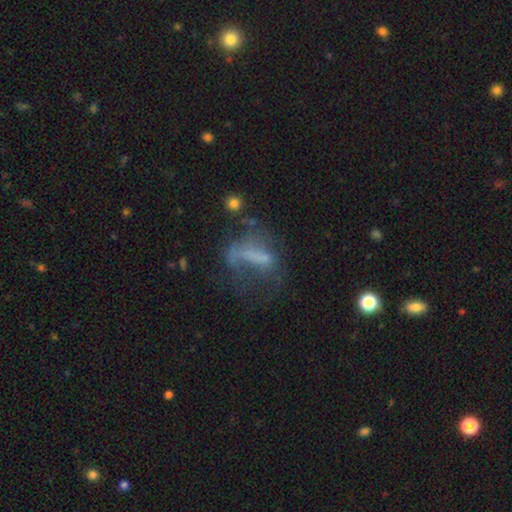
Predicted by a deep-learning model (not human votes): Smooth or featured: featured or disk — 44% (smooth — 38%)
Merging: major disturbance — 46% (none — 27%)